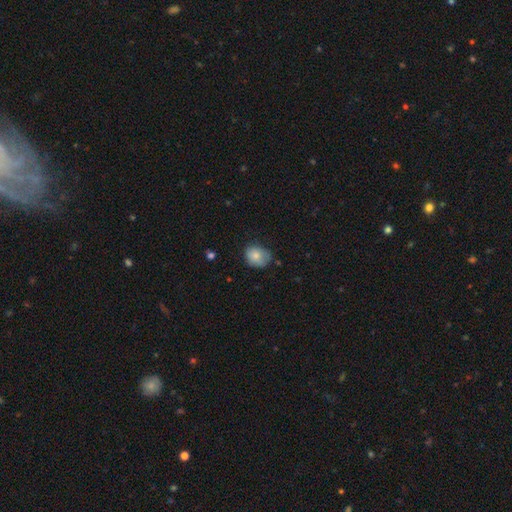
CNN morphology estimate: Overall: smooth (79%). How rounded: round (55%; in between 44%). Merging: none (58%; minor disturbance 33%).